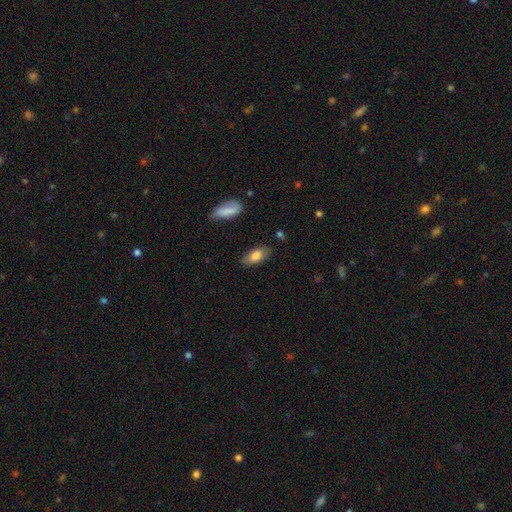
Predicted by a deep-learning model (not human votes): Overall: smooth (79%). How rounded: in between (88%). Merging: none (80%).